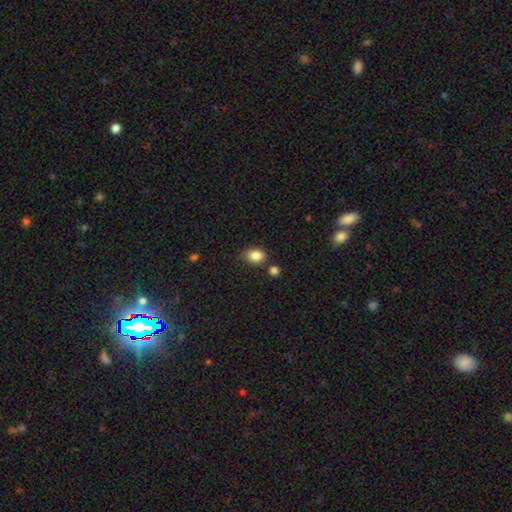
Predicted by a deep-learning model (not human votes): smooth 86%, star or artifact 9%, featured or disk 5%. Down the decision tree: how rounded — in between (63%); merging — none (69%).